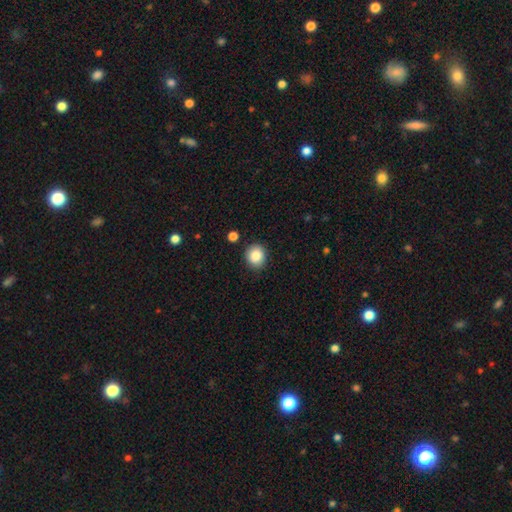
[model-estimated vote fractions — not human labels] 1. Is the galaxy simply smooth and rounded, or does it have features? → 86% smooth, 9% star or artifact, 5% featured or disk.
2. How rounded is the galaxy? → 81% round, 18% in between, 1% cigar-shaped.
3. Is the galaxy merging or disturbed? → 87% none, 8% minor disturbance, 2% merger, 2% major disturbance.